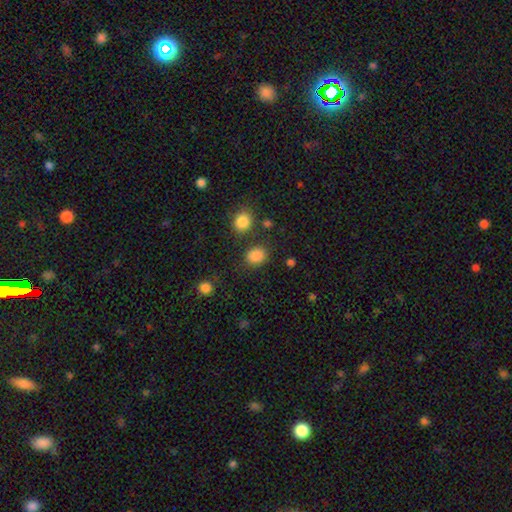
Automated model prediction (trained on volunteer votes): smooth_or_featured: smooth (p=0.86) [alt: star or artifact p=0.11]
how_rounded: round (p=0.52) [alt: in between p=0.47]
merging: none (p=0.80) [alt: minor disturbance p=0.11]